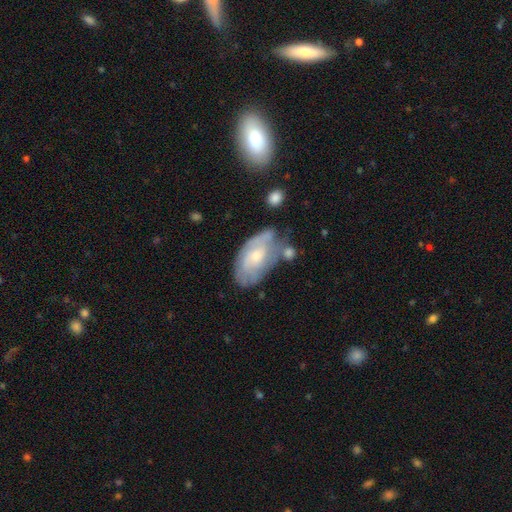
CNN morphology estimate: type=featured or disk (59%); edge-on=no (93%); bar=no (71%); spiral arms=yes (67%); bulge=moderate (47%, tied with small); merging=none (47%).